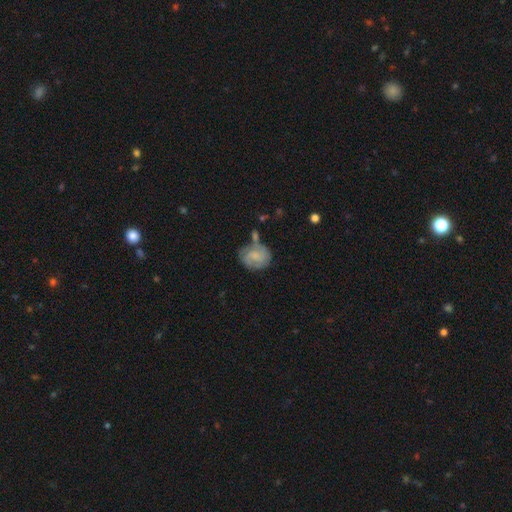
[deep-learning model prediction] A smooth galaxy with no disk features (54%) that is round (53%).

Vote fractions:
- Smooth or featured? smooth: 54% / featured or disk: 38% / star or artifact: 8%
- How rounded? round: 53% / in between: 45% / cigar-shaped: 1%
- Merging? none: 44% / minor disturbance: 26% / merger: 17% / major disturbance: 13%